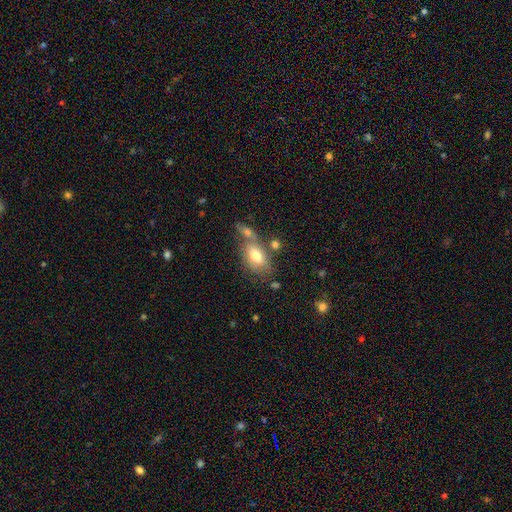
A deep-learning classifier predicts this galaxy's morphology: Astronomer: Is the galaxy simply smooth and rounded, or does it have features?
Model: smooth — 72%.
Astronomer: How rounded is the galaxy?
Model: in between — 87%.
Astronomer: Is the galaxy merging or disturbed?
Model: none — 46% (runner-up: merger, 32%).